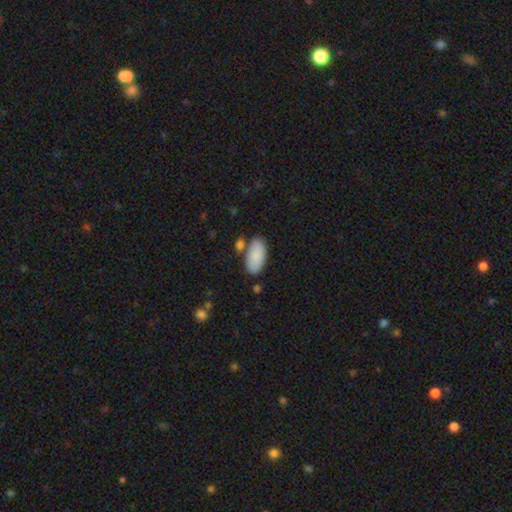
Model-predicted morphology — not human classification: smooth 87%, featured or disk 7%, star or artifact 6%. Down the decision tree: how rounded — in between (94%); merging — none (73%).